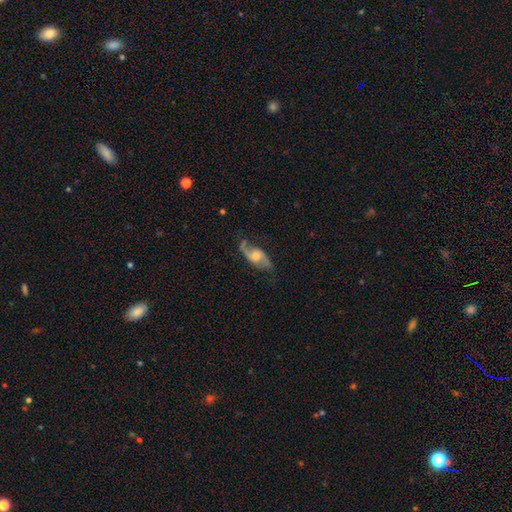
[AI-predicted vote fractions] Overall: featured or disk (80%). Edge-on disk: no (92%). Bar: no (61%; weak 33%). Spiral arms: yes (94%). Spiral arm count: 2 (88%). Spiral winding: loose (57%; medium 34%). Bulge size: moderate (59%; small 23%). Merging: none (69%).